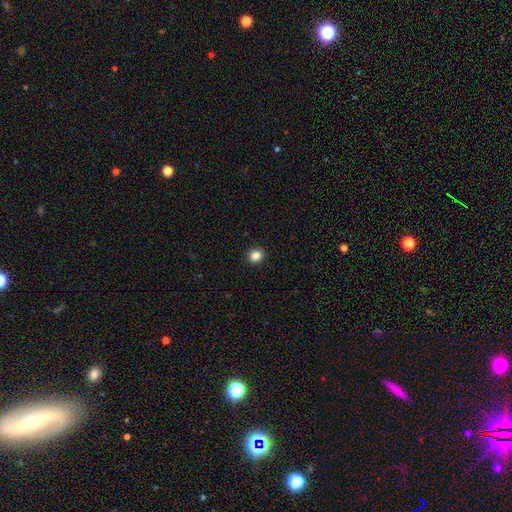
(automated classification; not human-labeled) smooth_or_featured: smooth (p=0.85) [alt: star or artifact p=0.11]
how_rounded: round (p=0.86) [alt: in between p=0.13]
merging: none (p=0.93) [alt: minor disturbance p=0.05]